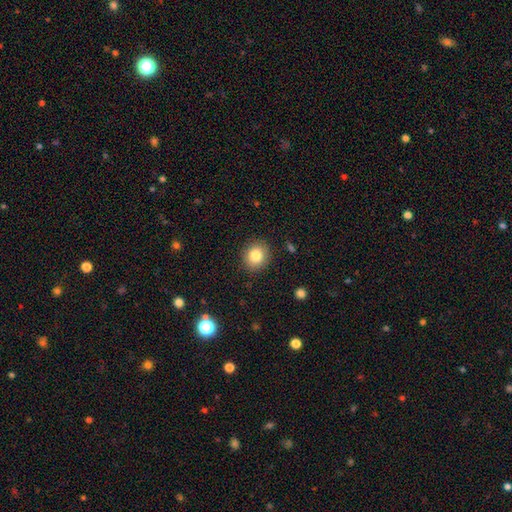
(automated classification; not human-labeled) Smooth or featured? smooth (83%)
How rounded? round (79%)
Merging? none (90%)